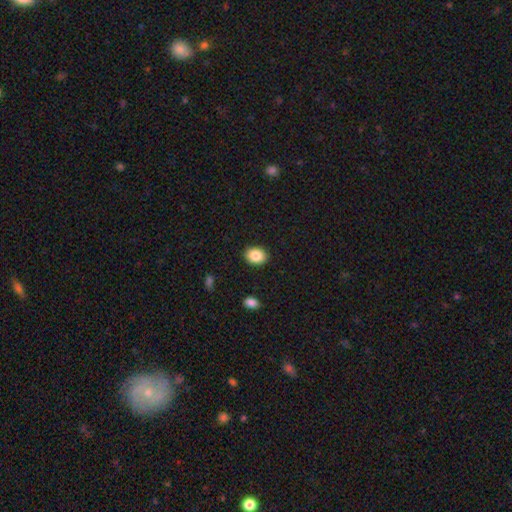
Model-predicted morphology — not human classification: Smooth or featured: smooth — 86% (star or artifact — 8%)
How rounded: in between — 67% (round — 32%)
Merging: none — 90% (minor disturbance — 7%)